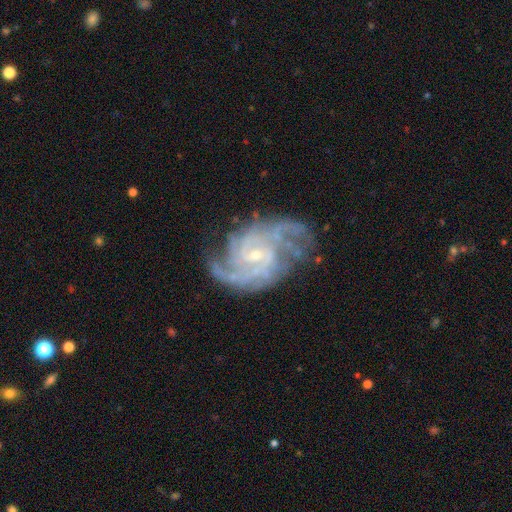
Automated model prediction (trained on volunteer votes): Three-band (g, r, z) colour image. It shows a featured or disk galaxy (91%) with no bar (53%), 2 (37%) medium (46%) spiral arms (98%) and a small central bulge (77%). Merging: none (68%).